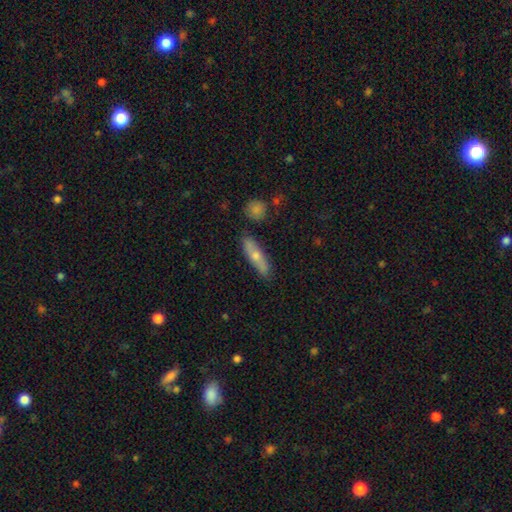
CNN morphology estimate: The model was most divided on "smooth or featured": smooth: 60%, featured or disk: 33%, star or artifact: 6%. More confident: merging — none (81%); how rounded — cigar-shaped (69%).